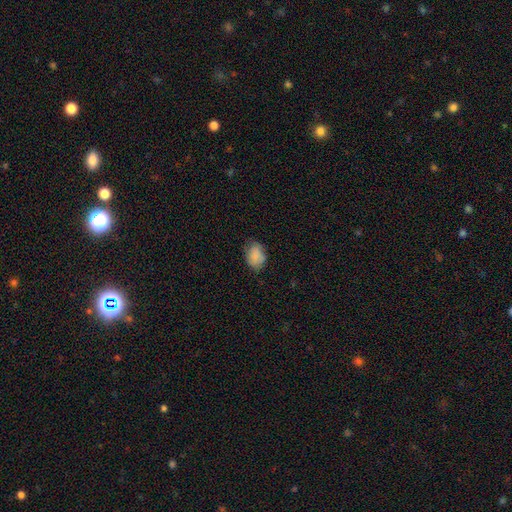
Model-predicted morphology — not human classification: type=smooth (85%); roundness=in between (77%); merging=none (68%).